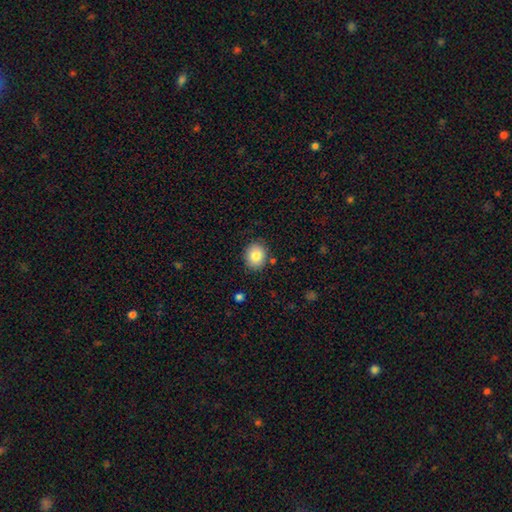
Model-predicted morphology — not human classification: Smooth or featured? smooth (84%)
How rounded? round (70%)
Merging? none (86%)